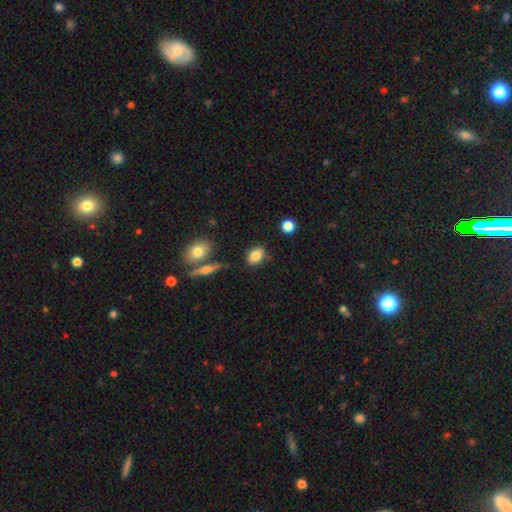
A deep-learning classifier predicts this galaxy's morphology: Q: Smooth or featured?
A: smooth (81%); runner-up: featured or disk (10%)
Q: How rounded?
A: in between (75%); runner-up: round (22%)
Q: Merging?
A: none (73%); runner-up: minor disturbance (18%)